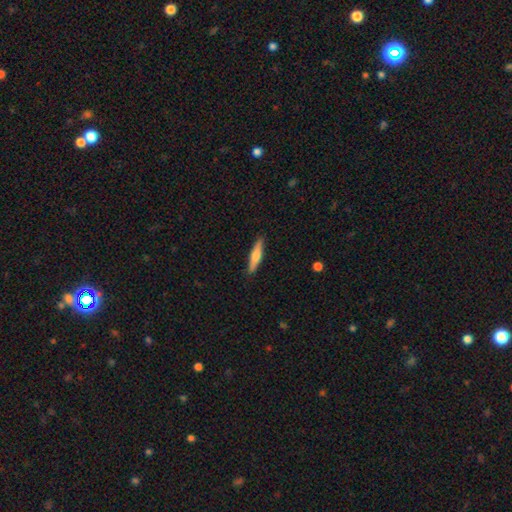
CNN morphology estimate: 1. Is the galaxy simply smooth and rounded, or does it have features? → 57% smooth, 38% featured or disk, 5% star or artifact.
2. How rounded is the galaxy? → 84% cigar-shaped, 14% in between, 2% round.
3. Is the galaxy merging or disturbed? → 89% none, 8% minor disturbance, 2% major disturbance, 1% merger.